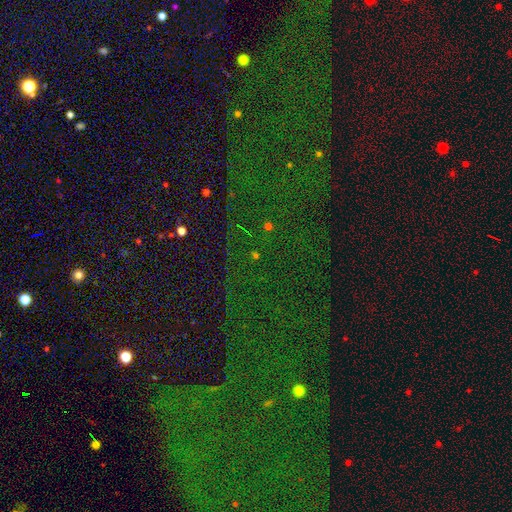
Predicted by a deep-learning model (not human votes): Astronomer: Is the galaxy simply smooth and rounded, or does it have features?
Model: star or artifact — 73%.